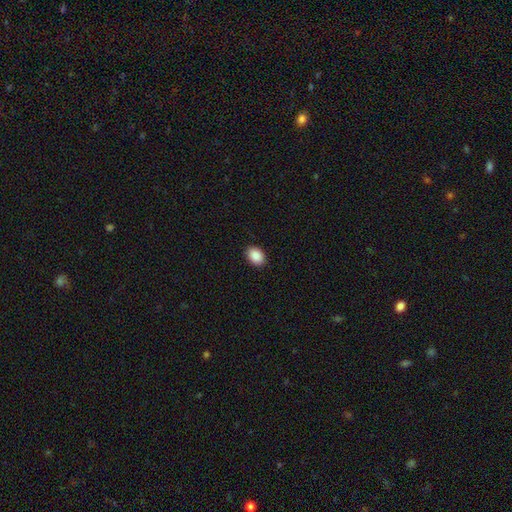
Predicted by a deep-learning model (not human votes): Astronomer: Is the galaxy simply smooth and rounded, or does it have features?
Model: smooth — 90%.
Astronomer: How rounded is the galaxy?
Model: in between — 76%.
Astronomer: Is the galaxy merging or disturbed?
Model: none — 91%.